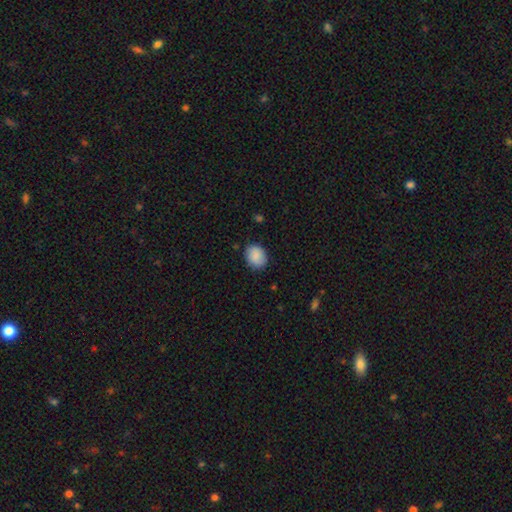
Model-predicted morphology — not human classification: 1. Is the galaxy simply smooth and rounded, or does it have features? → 89% smooth, 7% star or artifact, 4% featured or disk.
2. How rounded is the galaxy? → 54% in between, 45% round, 1% cigar-shaped.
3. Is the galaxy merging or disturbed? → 82% none, 14% minor disturbance, 3% major disturbance, 1% merger.